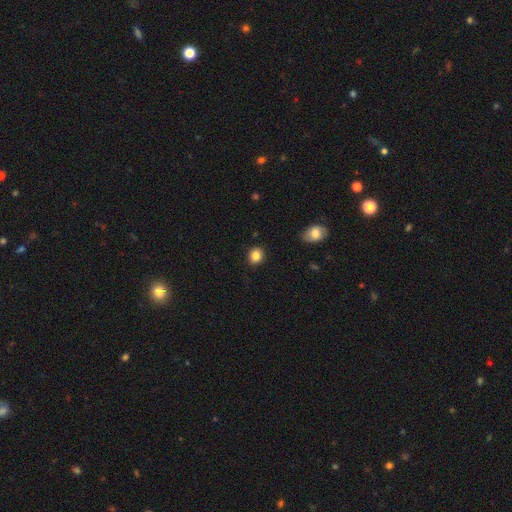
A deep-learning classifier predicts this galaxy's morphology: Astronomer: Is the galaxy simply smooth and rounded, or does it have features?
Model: smooth — 85%.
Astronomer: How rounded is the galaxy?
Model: round — 72%.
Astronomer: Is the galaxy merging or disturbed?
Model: none — 88%.